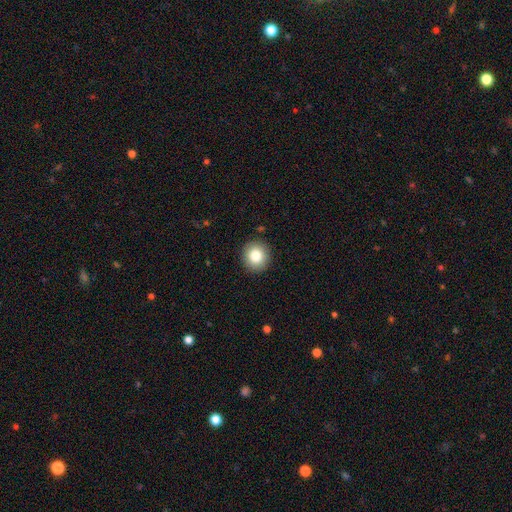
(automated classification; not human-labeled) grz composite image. It shows a smooth galaxy with no disk features (82%) that is round (91%). Merging: none (91%).